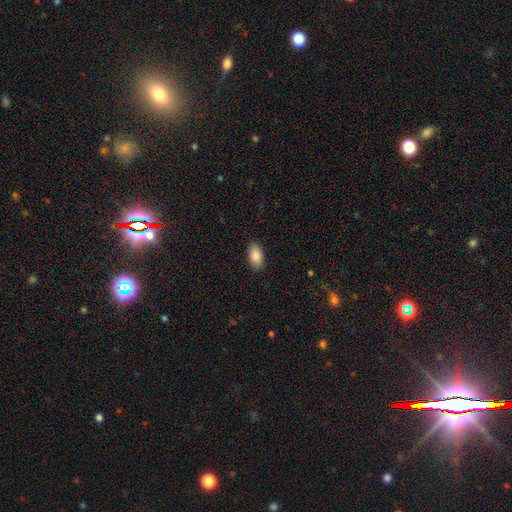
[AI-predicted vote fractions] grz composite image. It shows a smooth galaxy with no disk features (88%) that is in between round and cigar-shaped (93%). Merging: none (89%).